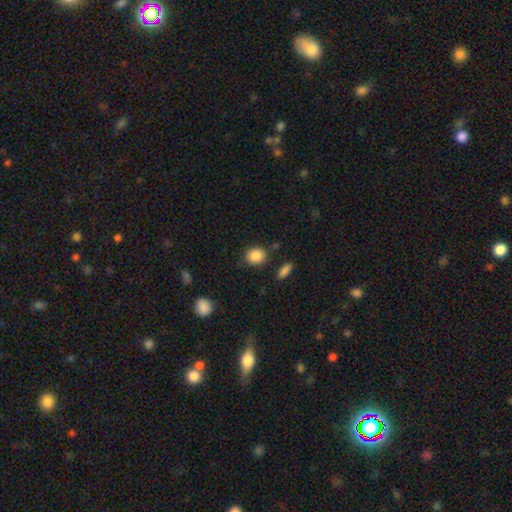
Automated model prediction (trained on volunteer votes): A smooth galaxy with no disk features (87%) that is round (65%).

Vote fractions:
- Smooth or featured? smooth: 87% / star or artifact: 8% / featured or disk: 4%
- How rounded? round: 65% / in between: 33% / cigar-shaped: 1%
- Merging? none: 79% / minor disturbance: 13% / merger: 4% / major disturbance: 4%